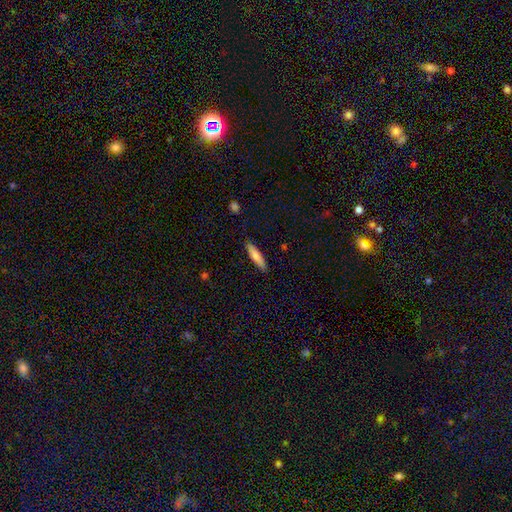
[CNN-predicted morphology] type=smooth (72%); roundness=cigar-shaped (80%); merging=none (87%).